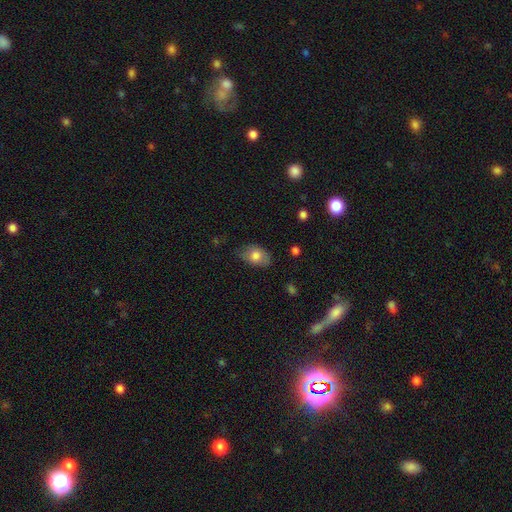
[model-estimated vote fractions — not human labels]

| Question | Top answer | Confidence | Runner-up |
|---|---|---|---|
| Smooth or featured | smooth | 78% | featured or disk (14%) |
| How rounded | in between | 82% | round (17%) |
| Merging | none | 68% | minor disturbance (26%) |